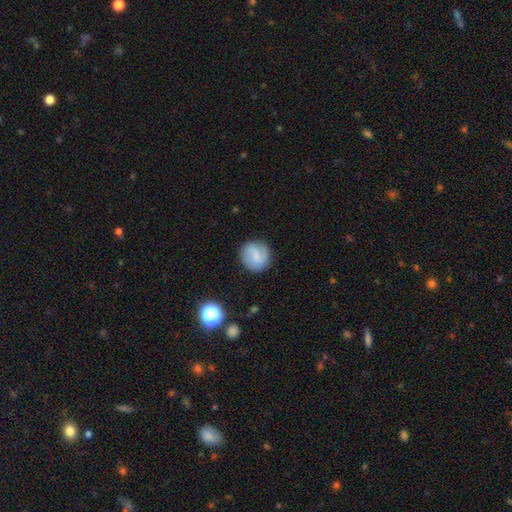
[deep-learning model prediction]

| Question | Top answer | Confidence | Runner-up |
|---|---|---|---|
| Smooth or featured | smooth | 62% | featured or disk (30%) |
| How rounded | round | 88% | in between (11%) |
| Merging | none | 83% | minor disturbance (11%) |